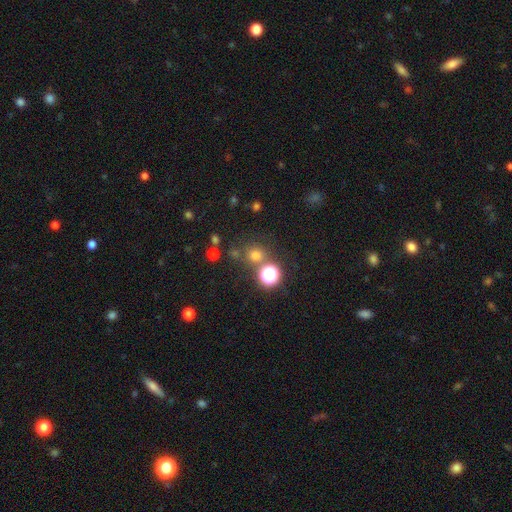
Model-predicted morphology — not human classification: Smooth or featured? Predicted: smooth (p=0.66). How rounded? Predicted: round (p=0.90). Merging? Predicted: none (p=0.75).